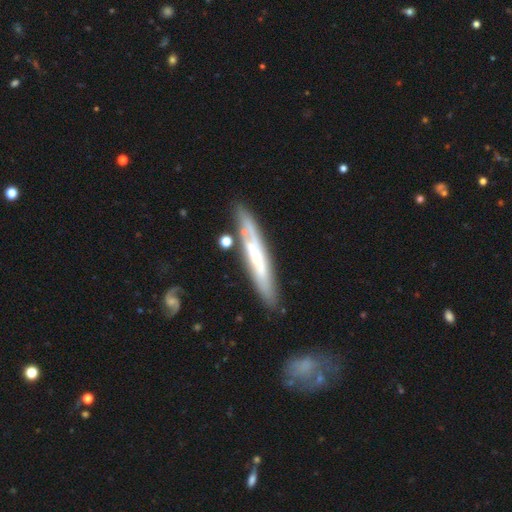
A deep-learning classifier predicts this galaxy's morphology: Smooth or featured? featured or disk (61%)
Edge-on disk? yes (68%)
Merging? none (73%)